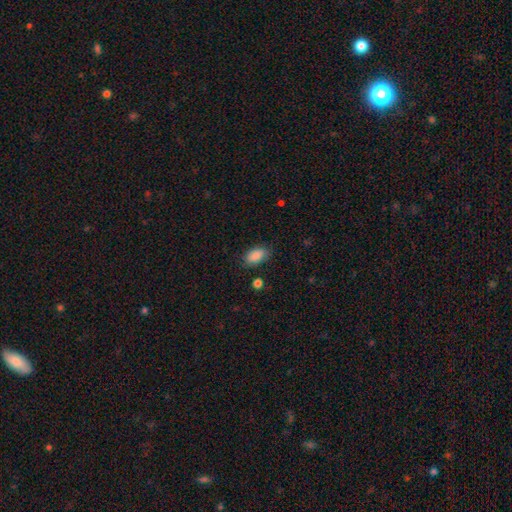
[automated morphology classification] smooth 88%, star or artifact 7%, featured or disk 5%. Down the decision tree: how rounded — in between (92%); merging — none (80%).